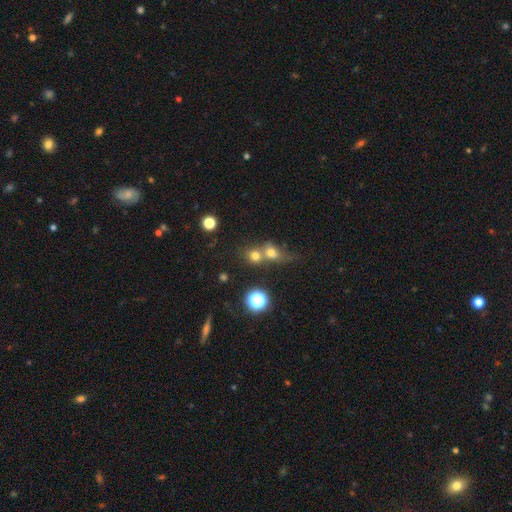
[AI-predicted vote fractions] A smooth galaxy with no disk features (70%) that is round (79%).

Vote fractions:
- Smooth or featured? smooth: 70% / star or artifact: 18% / featured or disk: 12%
- How rounded? round: 79% / in between: 20% / cigar-shaped: 2%
- Merging? merger: 53% / none: 36% / minor disturbance: 7% / major disturbance: 5%